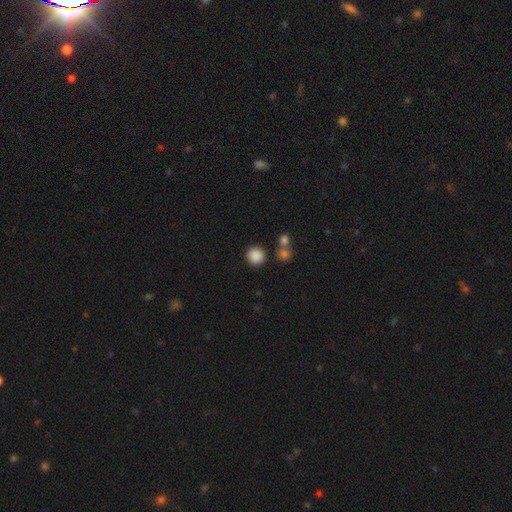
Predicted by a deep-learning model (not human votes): Morphology: type=smooth (87%); roundness=round (94%); merging=none (79%).